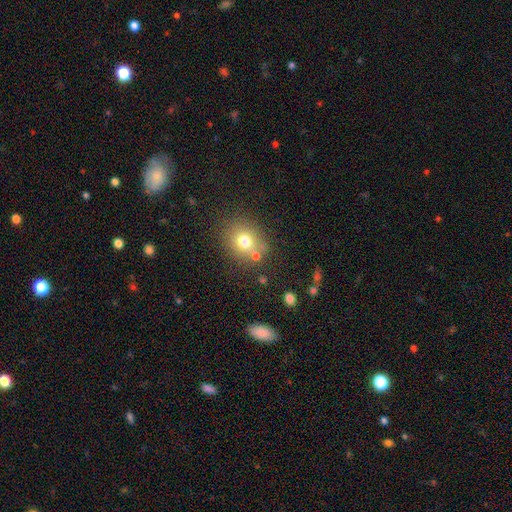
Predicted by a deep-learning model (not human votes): Overall: smooth (61%; star or artifact 28%). How rounded: round (75%). Merging: none (78%).